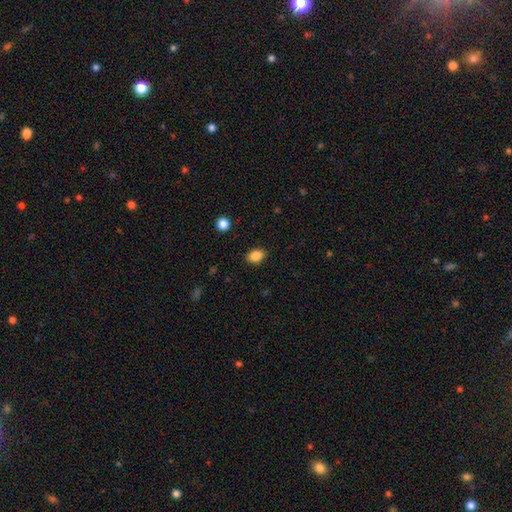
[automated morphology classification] Smooth or featured: smooth — 86% (star or artifact — 9%)
How rounded: in between — 78% (round — 20%)
Merging: none — 88% (minor disturbance — 9%)